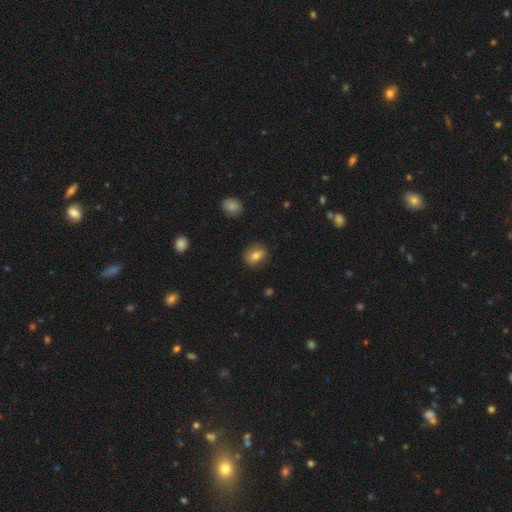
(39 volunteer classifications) Smooth or featured? 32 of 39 (82%) said smooth. How rounded? 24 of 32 (75%) said in between. Merging? 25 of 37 (68%) said none.